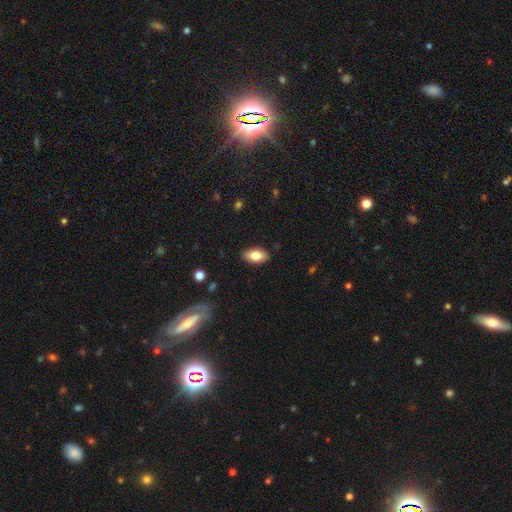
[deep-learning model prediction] smooth 80%, featured or disk 13%, star or artifact 7%. Down the decision tree: how rounded — in between (92%); merging — none (88%).